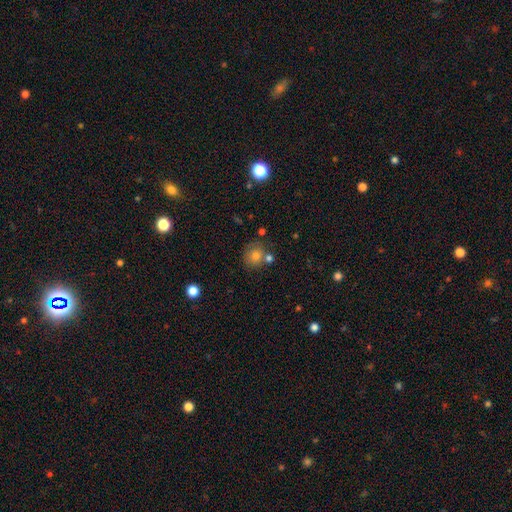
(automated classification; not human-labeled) The model was most divided on "merging": none: 67%, merger: 15%, minor disturbance: 14%, major disturbance: 5%. More confident: how rounded — round (81%); smooth or featured — smooth (73%).